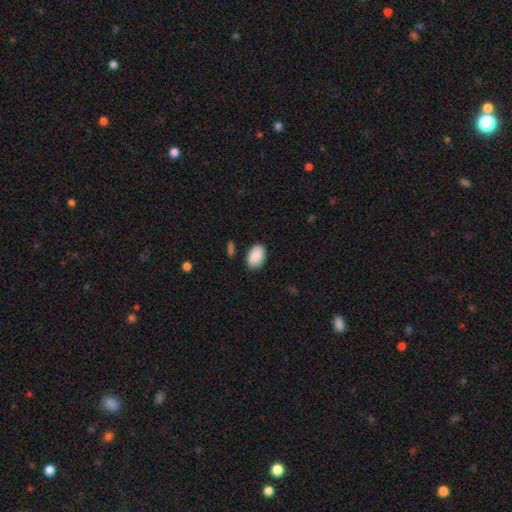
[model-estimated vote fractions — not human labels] smooth 91%, star or artifact 6%, featured or disk 3%. Down the decision tree: how rounded — in between (92%); merging — none (86%).